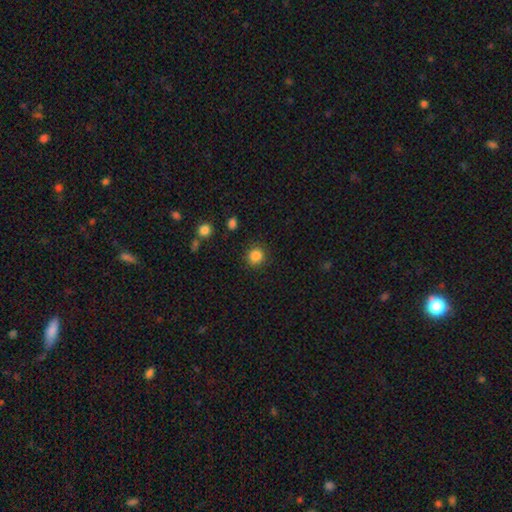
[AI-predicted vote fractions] smooth-or-featured: smooth: 86% | star or artifact: 11% | featured or disk: 3%
  how-rounded: round: 90% | in between: 9% | cigar-shaped: 1%
  merging: none: 89% | minor disturbance: 7% | major disturbance: 3% | merger: 2%